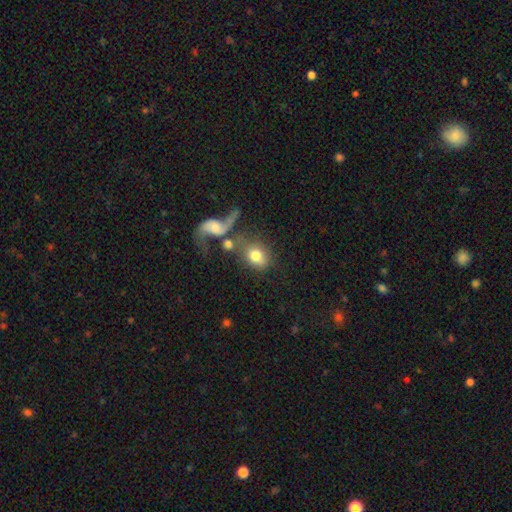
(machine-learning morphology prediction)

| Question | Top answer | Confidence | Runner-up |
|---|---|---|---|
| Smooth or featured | smooth | 69% | featured or disk (22%) |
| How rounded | in between | 62% | round (35%) |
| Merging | none | 36% | merger (35%) |